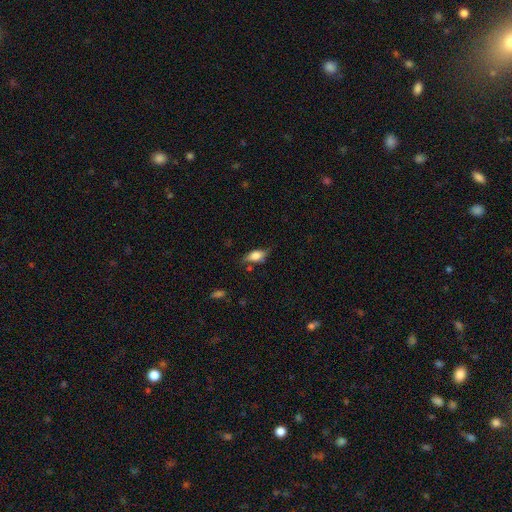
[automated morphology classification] smooth-or-featured: smooth: 61% | featured or disk: 30% | star or artifact: 8%
  how-rounded: in between: 78% | cigar-shaped: 16% | round: 6%
  merging: none: 66% | minor disturbance: 24% | major disturbance: 7% | merger: 3%